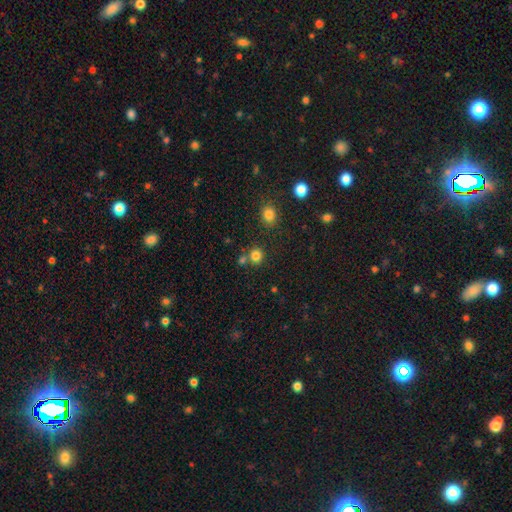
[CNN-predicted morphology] A smooth galaxy with no disk features (81%) that is round (88%).

Vote fractions:
- Smooth or featured? smooth: 81% / star or artifact: 14% / featured or disk: 5%
- How rounded? round: 88% / in between: 11% / cigar-shaped: 1%
- Merging? none: 73% / merger: 17% / minor disturbance: 8% / major disturbance: 3%